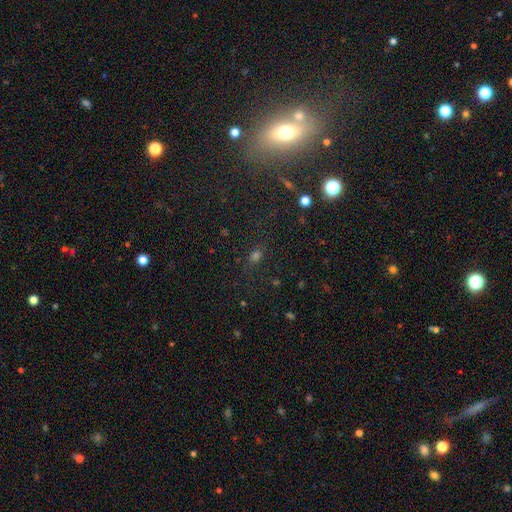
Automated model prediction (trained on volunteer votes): Smooth or featured? Predicted: smooth (p=0.53). How rounded? Predicted: in between (p=0.60). Merging? Predicted: none (p=0.75).